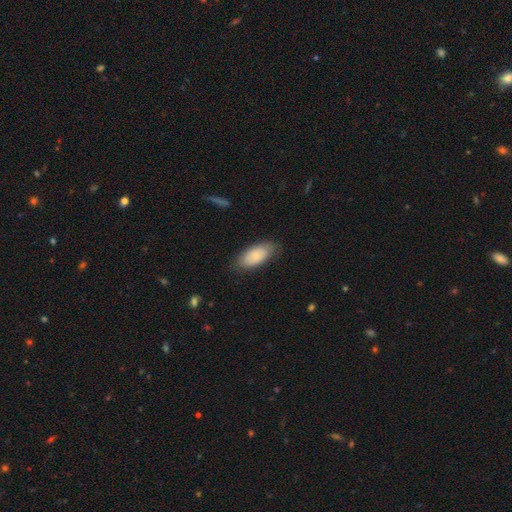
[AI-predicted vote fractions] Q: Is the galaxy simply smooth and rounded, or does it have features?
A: smooth — 80%.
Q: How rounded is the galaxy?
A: in between — 90%.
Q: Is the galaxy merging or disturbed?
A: none — 78%.